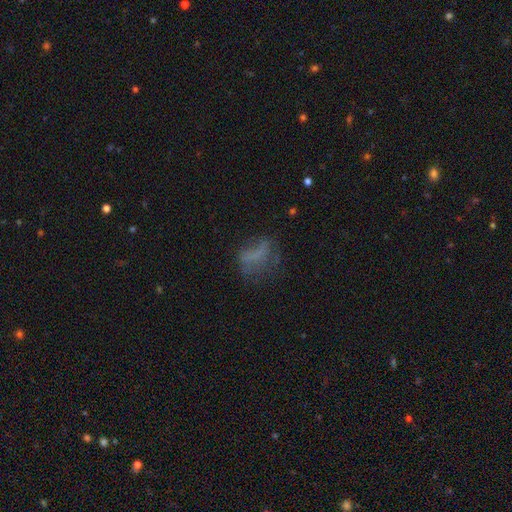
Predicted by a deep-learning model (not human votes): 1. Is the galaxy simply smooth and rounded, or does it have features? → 45% smooth, 35% featured or disk, 20% star or artifact.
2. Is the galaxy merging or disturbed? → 40% none, 33% major disturbance, 22% minor disturbance, 4% merger.